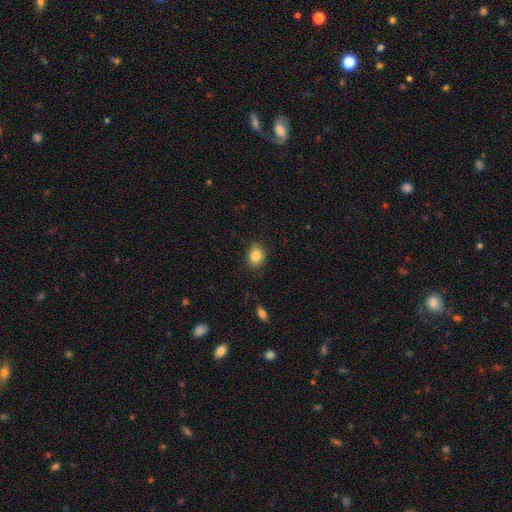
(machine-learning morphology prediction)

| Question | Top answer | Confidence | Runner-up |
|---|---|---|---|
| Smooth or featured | smooth | 85% | star or artifact (9%) |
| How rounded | in between | 64% | round (34%) |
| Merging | none | 85% | minor disturbance (11%) |